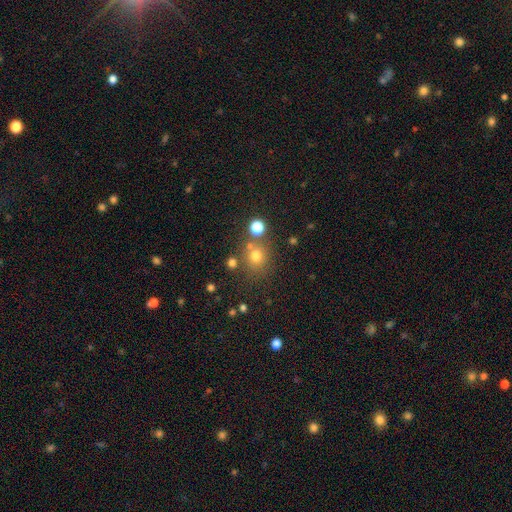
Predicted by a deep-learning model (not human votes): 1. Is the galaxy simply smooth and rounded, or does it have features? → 70% smooth, 21% star or artifact, 9% featured or disk.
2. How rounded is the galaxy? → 87% round, 12% in between, 1% cigar-shaped.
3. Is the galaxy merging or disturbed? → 73% none, 14% merger, 9% minor disturbance, 4% major disturbance.